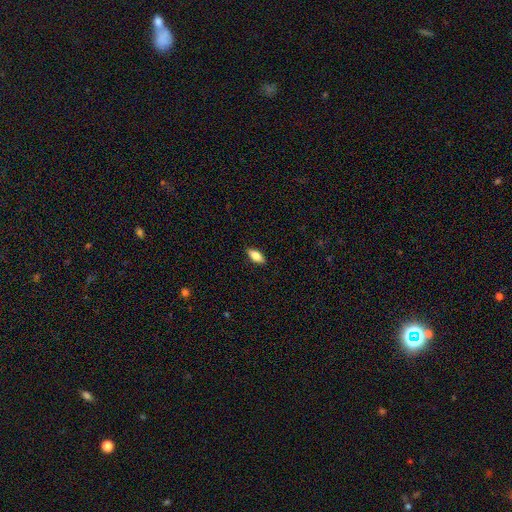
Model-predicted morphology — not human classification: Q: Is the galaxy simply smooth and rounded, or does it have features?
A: smooth — 76%.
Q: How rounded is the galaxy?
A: in between — 82%.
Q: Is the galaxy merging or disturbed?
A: none — 89%.